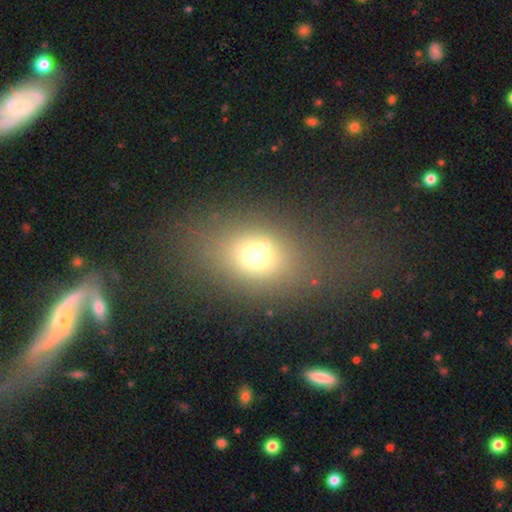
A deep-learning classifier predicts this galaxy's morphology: A smooth galaxy with no disk features (67%) that is in between round and cigar-shaped (56%). Merging: none (71%).